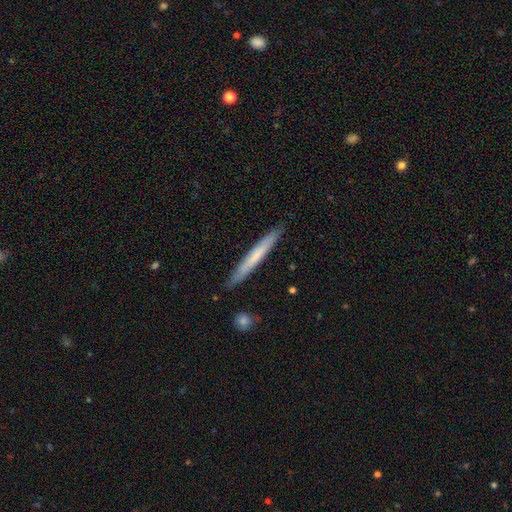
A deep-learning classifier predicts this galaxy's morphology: type=smooth (60%); roundness=cigar-shaped (97%); merging=none (90%).